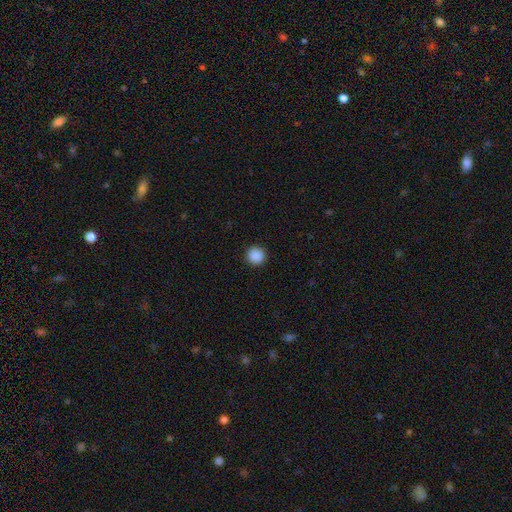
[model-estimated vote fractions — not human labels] Overall: smooth (89%). How rounded: round (95%). Merging: none (93%).